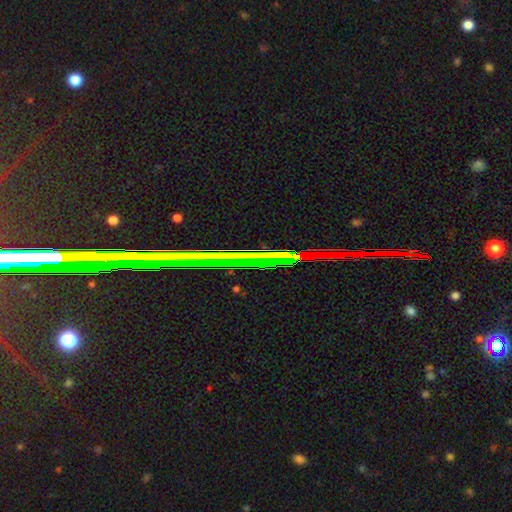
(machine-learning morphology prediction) Smooth or featured: star or artifact — 81% (featured or disk — 12%)